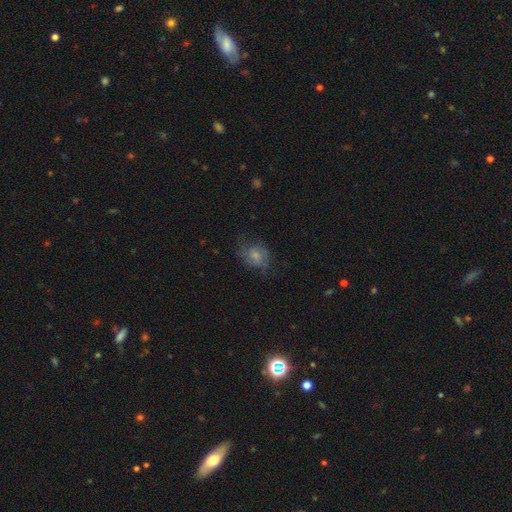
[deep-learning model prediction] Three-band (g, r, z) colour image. It shows a smooth galaxy with no disk features (54%) that is round (53%). Merging: none (53%).